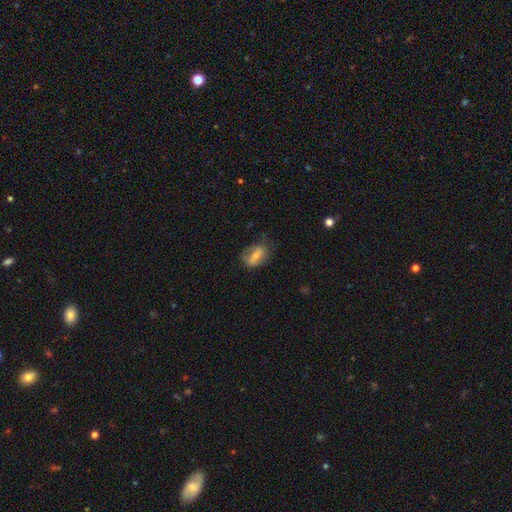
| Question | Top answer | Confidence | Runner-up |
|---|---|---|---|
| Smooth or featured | smooth | 56% | featured or disk (44%) |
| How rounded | in between | 73% | round (14%) |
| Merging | none | 44% | minor disturbance (33%) |